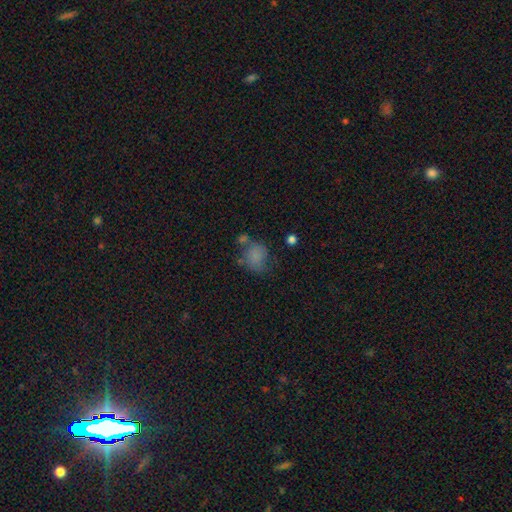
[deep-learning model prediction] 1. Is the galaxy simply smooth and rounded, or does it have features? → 76% smooth, 12% star or artifact, 12% featured or disk.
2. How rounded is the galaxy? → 58% round, 41% in between, 1% cigar-shaped.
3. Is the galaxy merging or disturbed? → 46% none, 23% minor disturbance, 17% merger, 14% major disturbance.